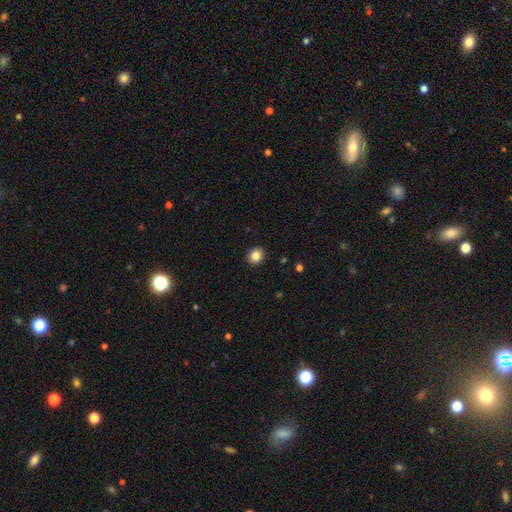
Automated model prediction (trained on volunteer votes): Smooth or featured? Predicted: smooth (p=0.86). How rounded? Predicted: round (p=0.83). Merging? Predicted: none (p=0.92).